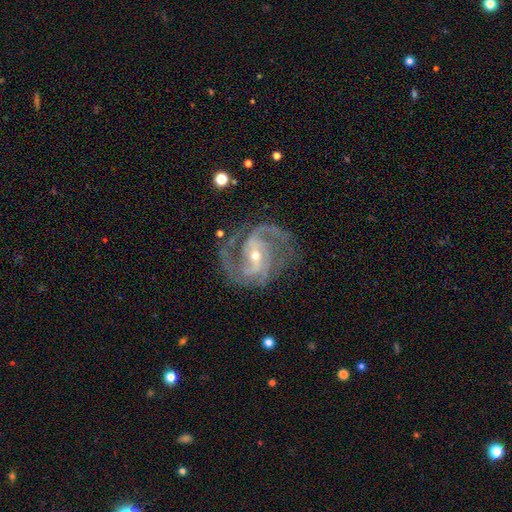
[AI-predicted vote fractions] Overall: featured or disk (92%). Edge-on disk: no (98%). Bar: weak (40%; strong 31%). Spiral arms: yes (98%). Spiral arm count: 2 (70%). Spiral winding: medium (57%; tight 30%). Bulge size: small (58%; moderate 39%). Merging: none (72%).